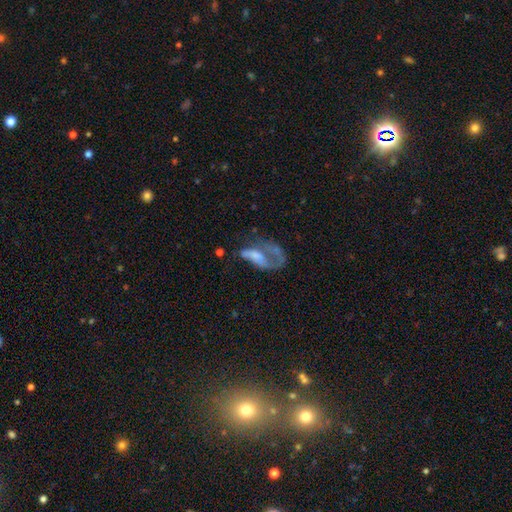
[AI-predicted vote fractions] smooth-or-featured: featured or disk: 56% | smooth: 32% | star or artifact: 11%
  disk-edge-on: no: 94% | yes: 6%
    bar: no: 72% | weak: 20% | strong: 7%
    has-spiral-arms: no: 55% | yes: 45%
    bulge-size: none: 39% | moderate: 24% | small: 24% | large: 10% | dominant: 3%
  merging: major disturbance: 54% | none: 23% | minor disturbance: 14% | merger: 10%